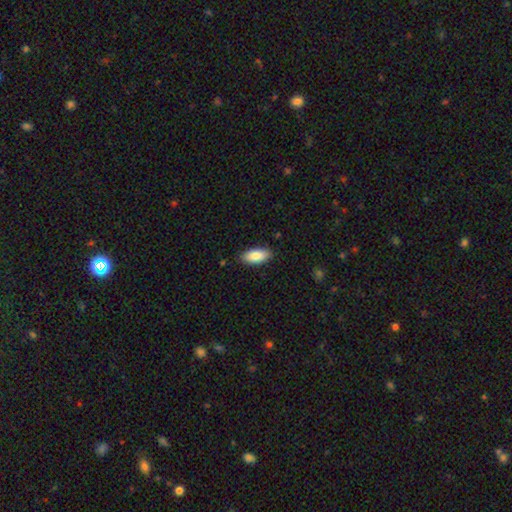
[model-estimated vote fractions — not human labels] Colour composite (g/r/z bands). It shows a smooth galaxy with no disk features (86%) that is in between round and cigar-shaped (87%). Merging: none (86%).